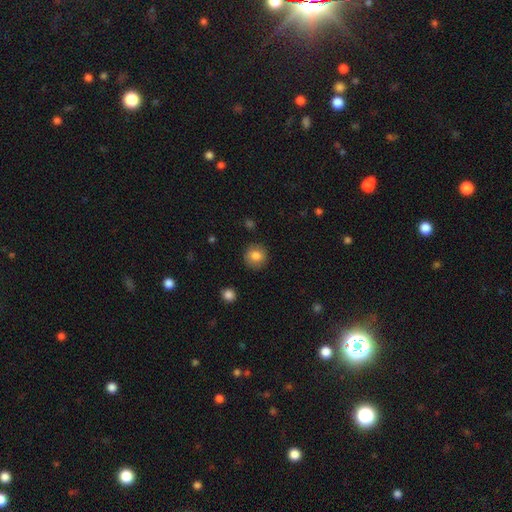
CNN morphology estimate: smooth_or_featured: smooth (p=0.83) [alt: star or artifact p=0.09]
how_rounded: round (p=0.91) [alt: in between p=0.08]
merging: none (p=0.88) [alt: minor disturbance p=0.08]